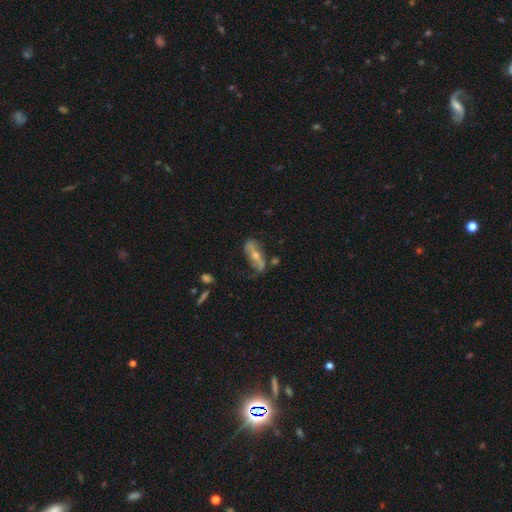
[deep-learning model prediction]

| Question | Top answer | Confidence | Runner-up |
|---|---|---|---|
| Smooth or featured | featured or disk | 68% | smooth (24%) |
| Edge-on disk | no | 68% | yes (32%) |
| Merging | none | 56% | minor disturbance (25%) |